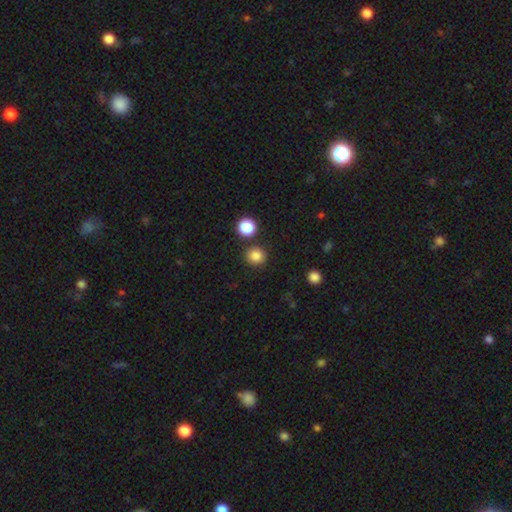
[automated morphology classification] The model was most divided on "smooth or featured": smooth: 84%, star or artifact: 12%, featured or disk: 4%. More confident: how rounded — round (89%); merging — none (85%).